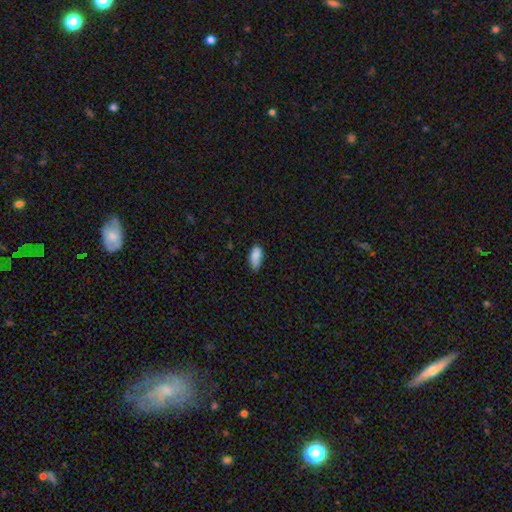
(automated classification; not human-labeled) Smooth or featured? smooth (87%)
How rounded? in between (88%)
Merging? none (66%)